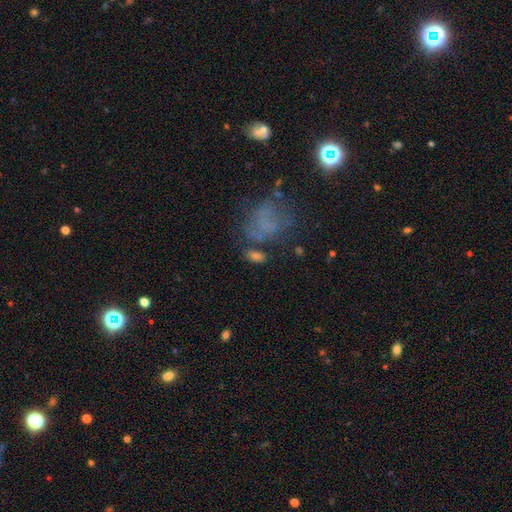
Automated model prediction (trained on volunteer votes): Morphology: type=smooth (62%); roundness=in between (76%); merging=none (54%).